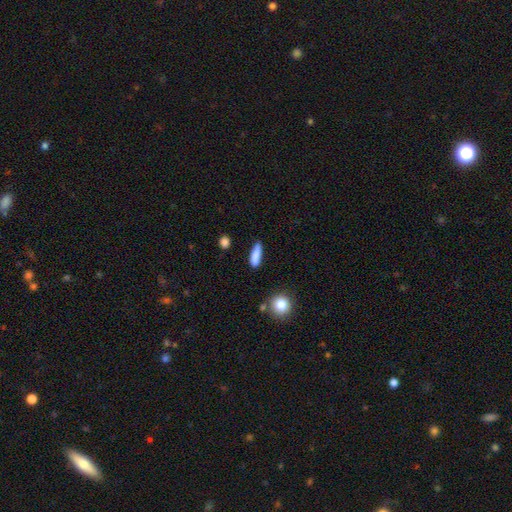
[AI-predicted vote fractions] Morphology: type=smooth (84%); roundness=cigar-shaped (65%); merging=none (76%).